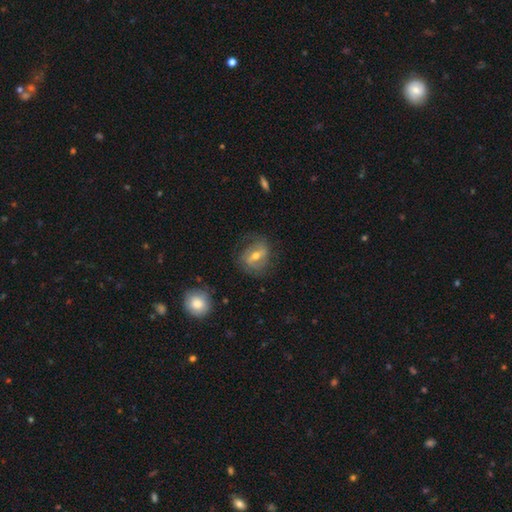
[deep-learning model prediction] A featured or disk galaxy (65%) with a strong bar (43%), spiral arms (72%) and a moderate central bulge (70%). Merging: none (69%).